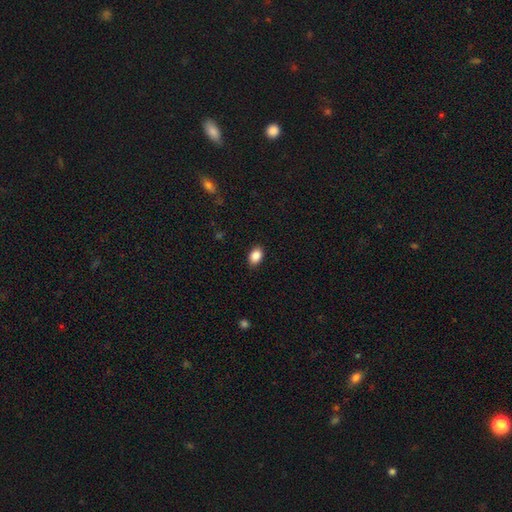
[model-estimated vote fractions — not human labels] This appears to be a smooth galaxy with no disk features (88%) that is in between round and cigar-shaped (85%). Merging: none (87%).